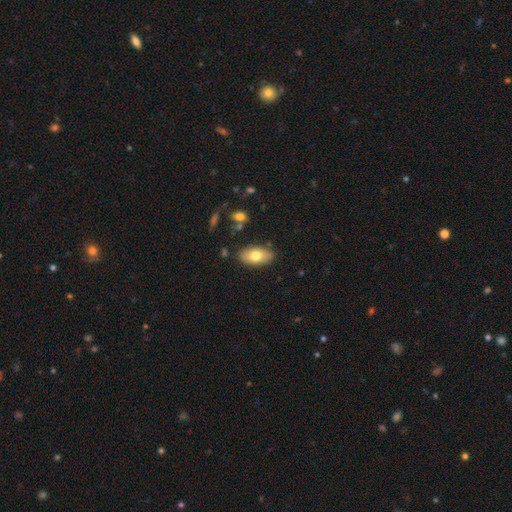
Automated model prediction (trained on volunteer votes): Smooth or featured: smooth — 74% (featured or disk — 19%)
How rounded: in between — 92% (cigar-shaped — 4%)
Merging: none — 85% (minor disturbance — 11%)